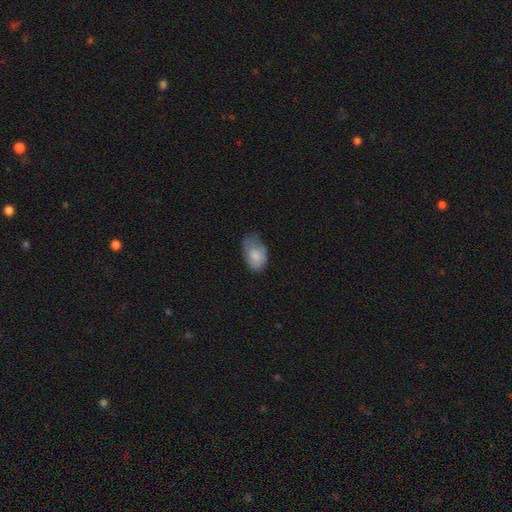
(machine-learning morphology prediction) Smooth or featured? smooth (78%)
How rounded? in between (90%)
Merging? none (44%)